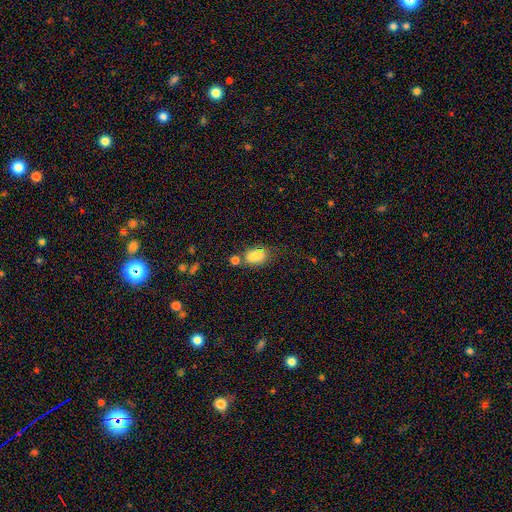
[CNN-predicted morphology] Smooth or featured? Predicted: smooth (p=0.77). How rounded? Predicted: in between (p=0.81). Merging? Predicted: none (p=0.54).